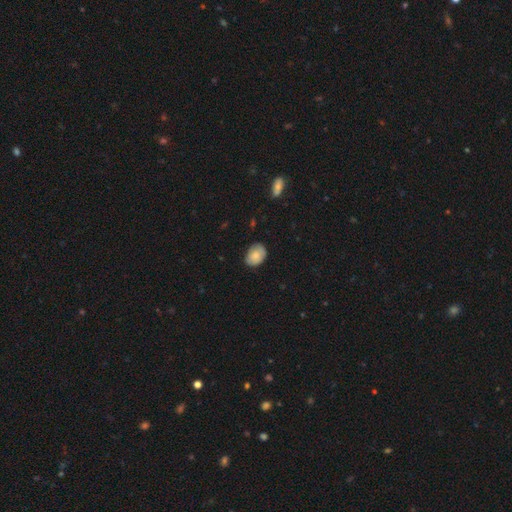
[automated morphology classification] A smooth galaxy with no disk features (79%) that is in between round and cigar-shaped (73%). Merging: none (72%).